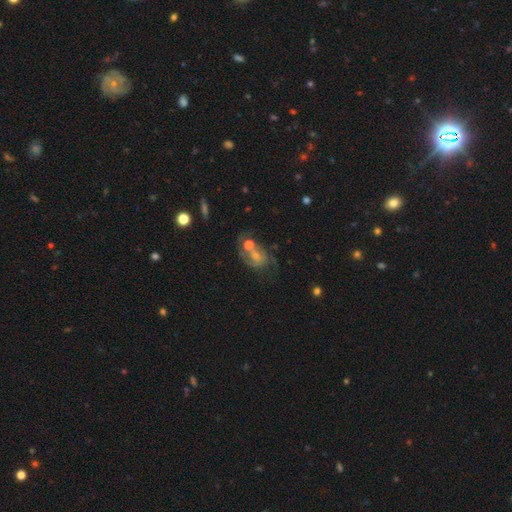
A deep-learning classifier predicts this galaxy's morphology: The model was most divided on "bulge size": small: 45%, moderate: 40%, none: 8%, large: 5%, dominant: 2%. Remaining: edge-on disk — no (97%); spiral arms — yes (76%); bar — no (63%); smooth or featured — featured or disk (61%); merging — merger (36%).